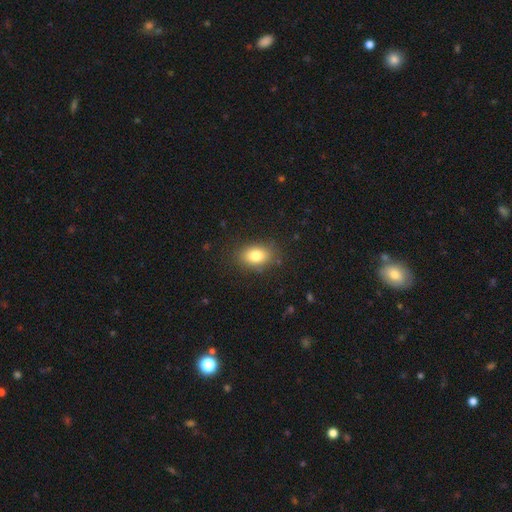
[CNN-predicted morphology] A smooth galaxy with no disk features (81%) that is in between round and cigar-shaped (82%).

Vote fractions:
- Smooth or featured? smooth: 81% / featured or disk: 10% / star or artifact: 9%
- How rounded? in between: 82% / round: 17% / cigar-shaped: 2%
- Merging? none: 83% / minor disturbance: 12% / major disturbance: 4% / merger: 1%